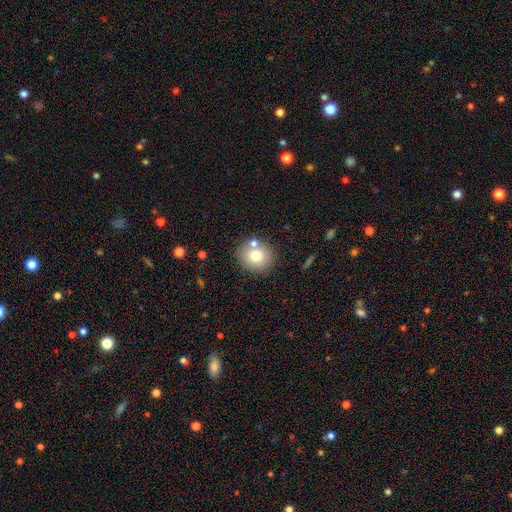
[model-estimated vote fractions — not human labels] Smooth or featured: smooth — 73% (featured or disk — 16%)
How rounded: round — 79% (in between — 20%)
Merging: none — 74% (merger — 13%)